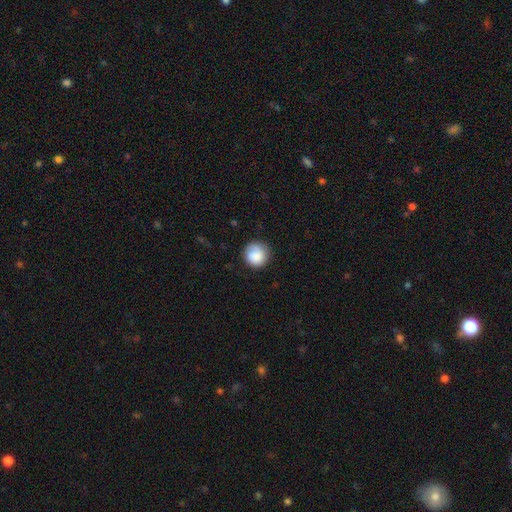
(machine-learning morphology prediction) This appears to be a smooth galaxy with no disk features (85%) that is round (93%). Merging: none (78%).